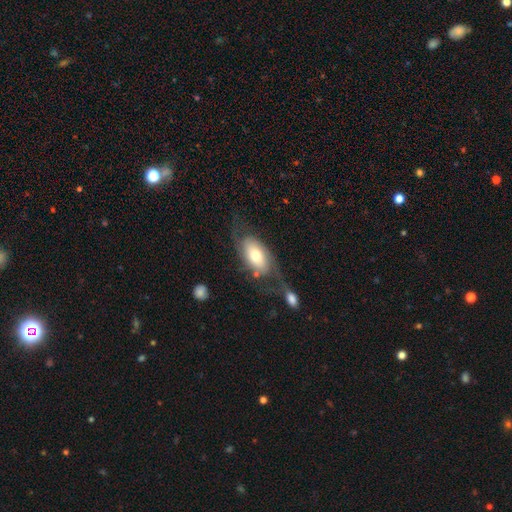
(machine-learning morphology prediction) type=smooth (49%); merging=none (41%).